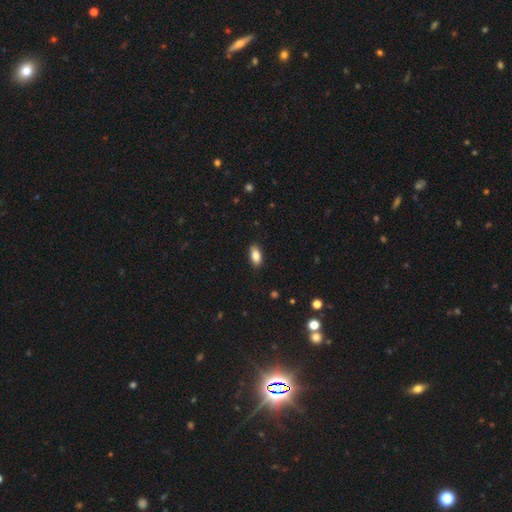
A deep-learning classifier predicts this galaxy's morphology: Q: Smooth or featured?
A: smooth (85%); runner-up: featured or disk (8%)
Q: How rounded?
A: in between (90%); runner-up: cigar-shaped (7%)
Q: Merging?
A: none (86%); runner-up: minor disturbance (10%)